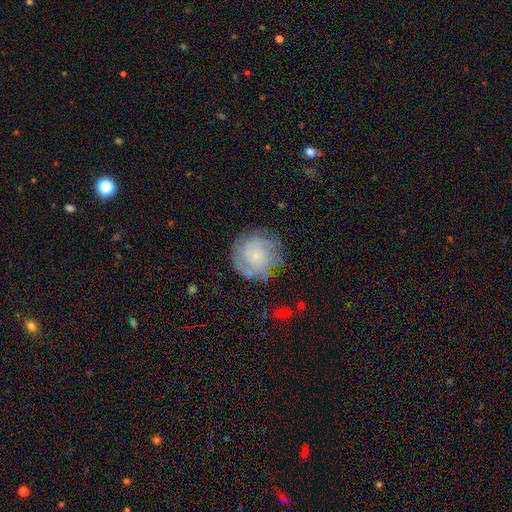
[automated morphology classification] This appears to be a featured or disk galaxy (67%) with no bar (80%), tight (62%) spiral arms (89%) and a small central bulge (79%). Merging: none (73%).